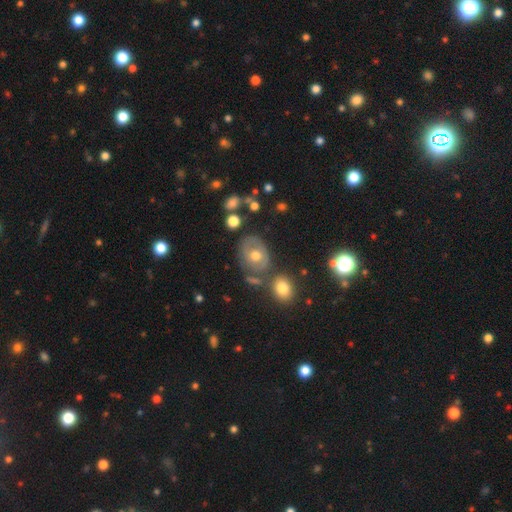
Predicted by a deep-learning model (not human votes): Smooth or featured?
  - smooth: 47% *
  - featured or disk: 42%
  - star or artifact: 11%
Merging?
  - none: 63% *
  - minor disturbance: 18%
  - merger: 11%
  - major disturbance: 8%